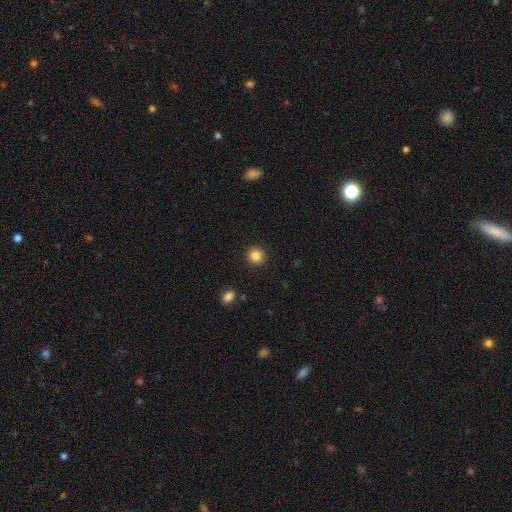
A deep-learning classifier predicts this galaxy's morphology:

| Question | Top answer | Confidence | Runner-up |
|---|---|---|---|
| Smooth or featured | smooth | 85% | star or artifact (11%) |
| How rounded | round | 93% | in between (6%) |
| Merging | none | 92% | minor disturbance (5%) |